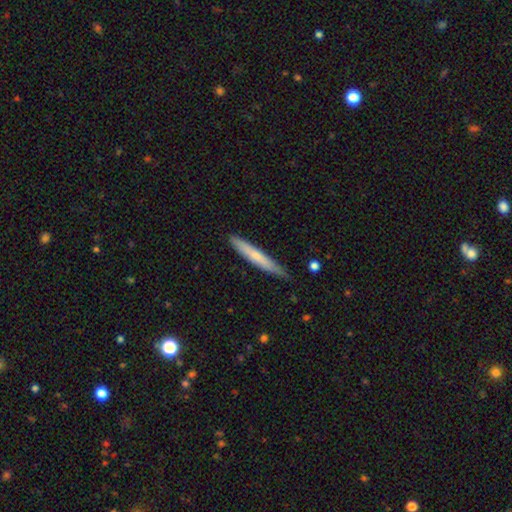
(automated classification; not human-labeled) This is likely a smooth galaxy (62%). How rounded: clearly cigar-shaped (95%). Merging: clearly none (81%).